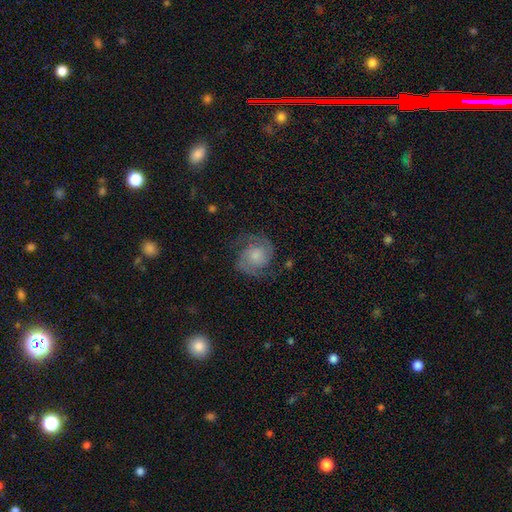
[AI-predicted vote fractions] smooth_or_featured: featured or disk (p=0.83) [alt: smooth p=0.11]
disk_edge_on: no (p=0.98) [alt: yes p=0.02]
bar: no (p=0.72) [alt: weak p=0.24]
has_spiral_arms: yes (p=0.97) [alt: no p=0.03]
spiral_winding: medium (p=0.52) [alt: tight p=0.30]
spiral_arm_count: 2 (p=0.91) [alt: can't tell p=0.03]
bulge_size: small (p=0.38) [alt: moderate p=0.32]
merging: none (p=0.75) [alt: minor disturbance p=0.15]